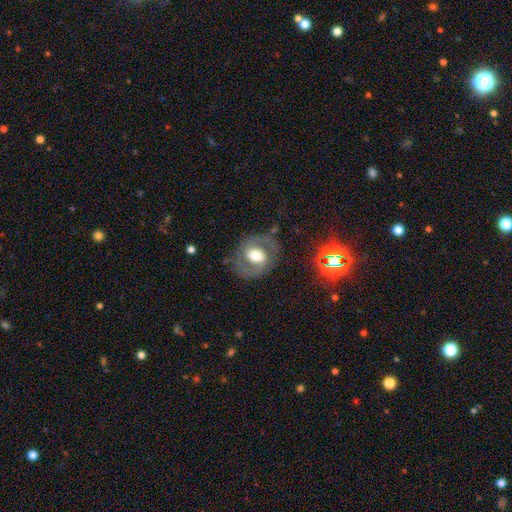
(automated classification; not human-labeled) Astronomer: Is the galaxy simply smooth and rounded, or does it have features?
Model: featured or disk — 69%.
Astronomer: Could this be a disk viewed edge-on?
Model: no — 97%.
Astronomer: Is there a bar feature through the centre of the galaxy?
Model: no — 44% (runner-up: weak, 37%).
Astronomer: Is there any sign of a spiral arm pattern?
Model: yes — 78%.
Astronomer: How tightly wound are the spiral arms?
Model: medium — 51% (runner-up: tight, 29%).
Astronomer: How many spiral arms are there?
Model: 2 — 87%.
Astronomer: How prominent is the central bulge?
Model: moderate — 59%.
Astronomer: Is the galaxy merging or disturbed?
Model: none — 73%.